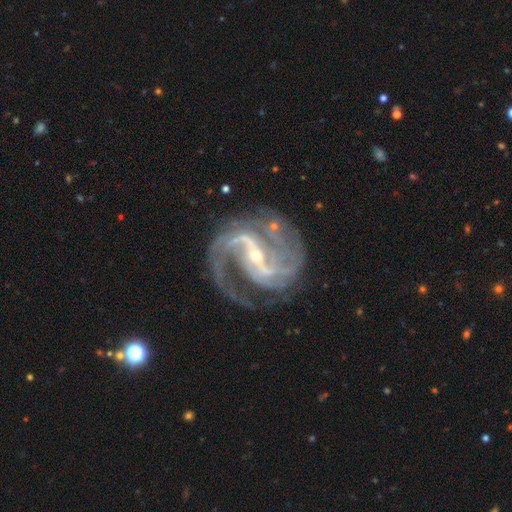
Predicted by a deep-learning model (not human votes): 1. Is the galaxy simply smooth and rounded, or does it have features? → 92% featured or disk, 5% star or artifact, 2% smooth.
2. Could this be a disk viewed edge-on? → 98% no, 2% yes.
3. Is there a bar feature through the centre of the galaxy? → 54% strong, 32% weak, 14% no.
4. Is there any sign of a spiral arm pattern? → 98% yes, 2% no.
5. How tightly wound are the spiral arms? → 57% medium, 23% loose, 20% tight.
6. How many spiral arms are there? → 68% 2, 13% 3, 6% can't tell, 5% 4, 4% 1, 4% more than 4.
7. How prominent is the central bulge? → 76% small, 20% moderate, 2% none, 1% large, 1% dominant.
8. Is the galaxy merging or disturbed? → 66% none, 17% minor disturbance, 14% major disturbance, 3% merger.